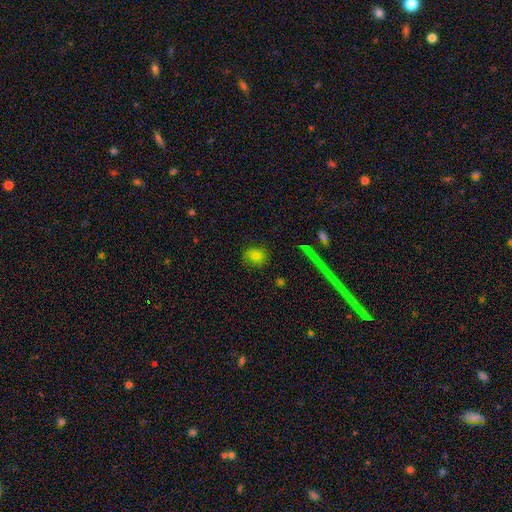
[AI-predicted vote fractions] smooth-or-featured: smooth: 77% | star or artifact: 13% | featured or disk: 10%
  how-rounded: round: 56% | in between: 42% | cigar-shaped: 2%
  merging: none: 73% | minor disturbance: 19% | major disturbance: 6% | merger: 2%